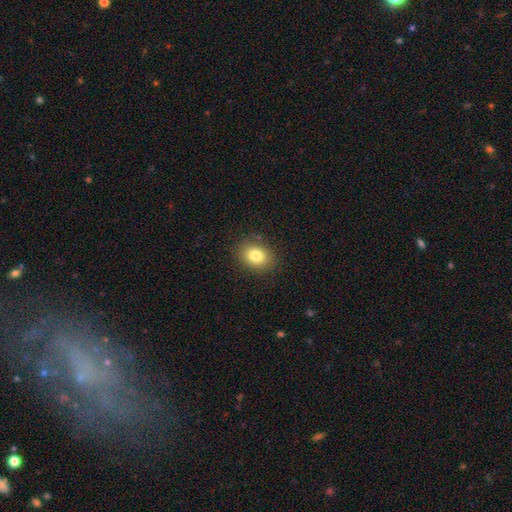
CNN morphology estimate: type=smooth (81%); roundness=in between (53%); merging=none (86%).